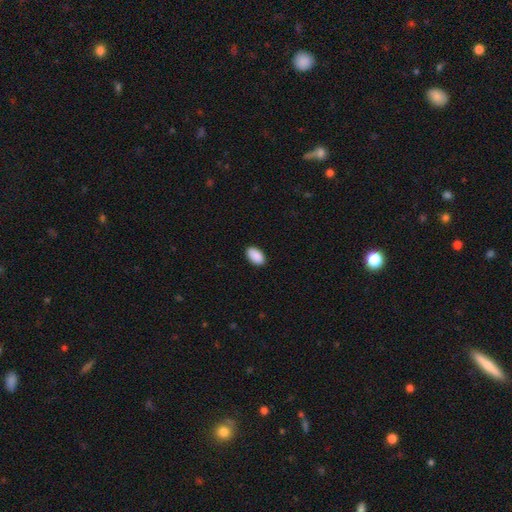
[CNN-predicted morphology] type=smooth (91%); roundness=in between (94%); merging=none (89%).